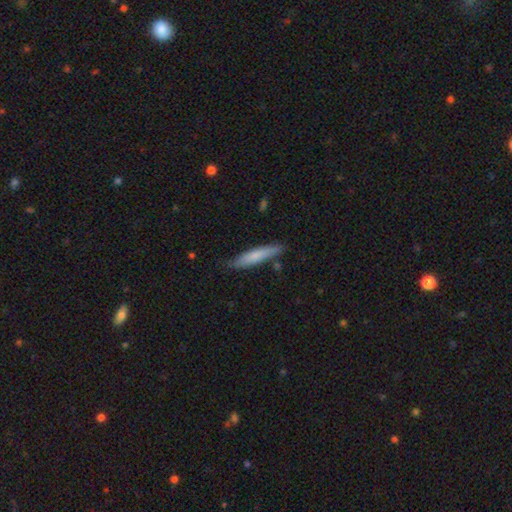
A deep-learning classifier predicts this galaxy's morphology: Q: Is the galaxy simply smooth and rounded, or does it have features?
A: smooth — 72%.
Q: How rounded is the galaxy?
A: cigar-shaped — 88%.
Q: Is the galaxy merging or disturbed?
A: none — 80%.